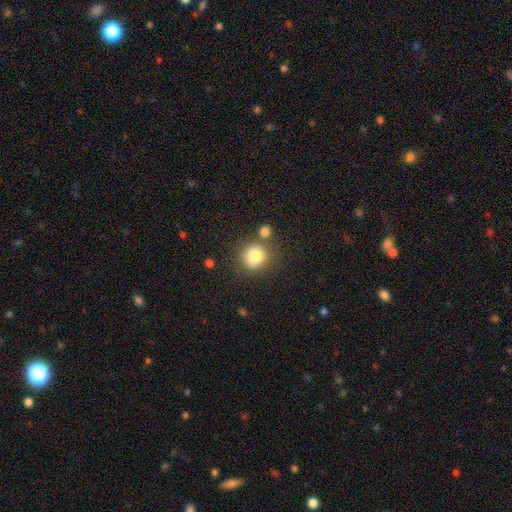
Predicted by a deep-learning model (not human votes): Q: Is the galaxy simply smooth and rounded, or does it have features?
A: smooth — 81%.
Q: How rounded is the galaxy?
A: round — 85%.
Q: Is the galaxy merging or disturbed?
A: none — 67%.